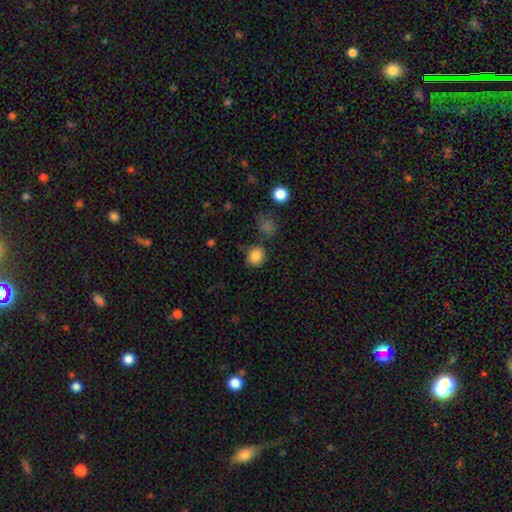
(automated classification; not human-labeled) Morphology: type=smooth (85%); roundness=round (81%); merging=none (77%).